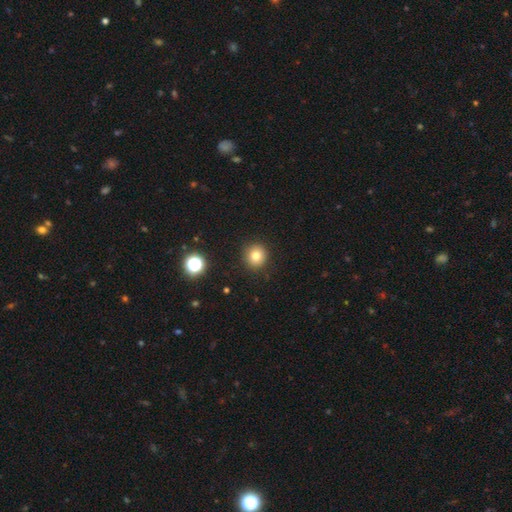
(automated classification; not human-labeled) Smooth or featured? Predicted: smooth (p=0.79). How rounded? Predicted: round (p=0.88). Merging? Predicted: none (p=0.91).